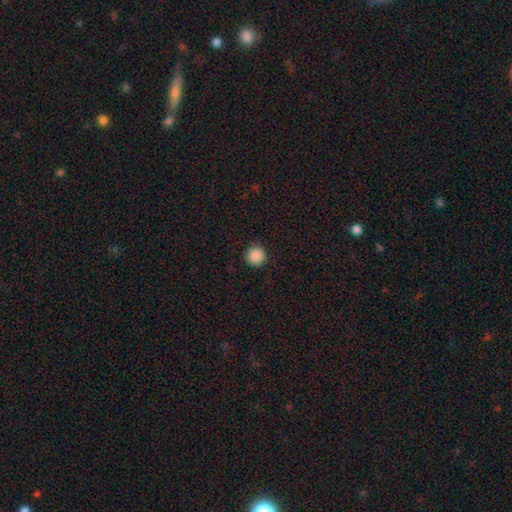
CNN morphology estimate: Smooth or featured: smooth — 89% (star or artifact — 9%)
How rounded: round — 95% (in between — 4%)
Merging: none — 92% (minor disturbance — 6%)